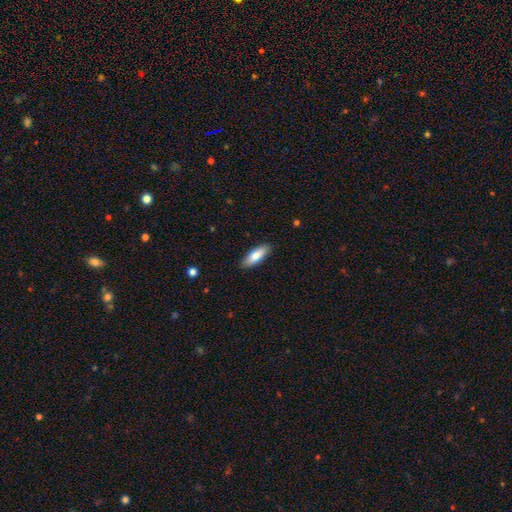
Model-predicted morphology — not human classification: Q: Smooth or featured?
A: smooth (79%); runner-up: featured or disk (15%)
Q: How rounded?
A: in between (63%); runner-up: cigar-shaped (35%)
Q: Merging?
A: none (89%); runner-up: minor disturbance (8%)